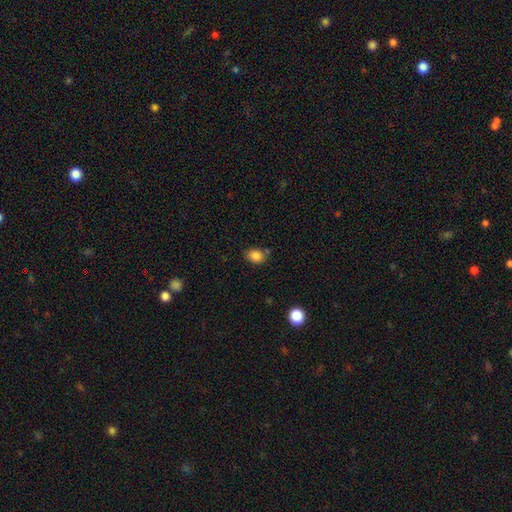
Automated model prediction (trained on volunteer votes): Q: Smooth or featured?
A: smooth (85%); runner-up: star or artifact (10%)
Q: How rounded?
A: in between (56%); runner-up: round (43%)
Q: Merging?
A: none (71%); runner-up: minor disturbance (16%)